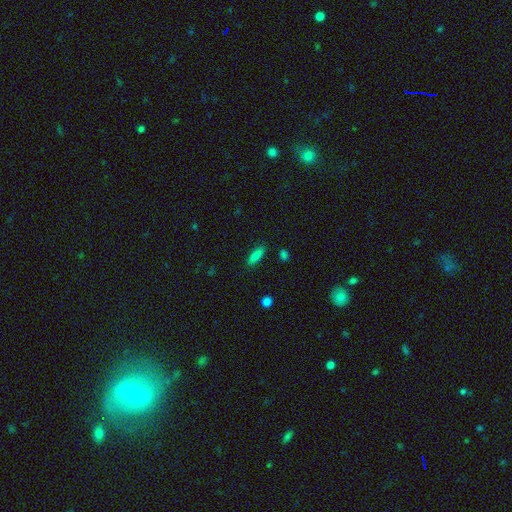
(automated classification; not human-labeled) A smooth galaxy with no disk features (84%) that is cigar-shaped (54%). Merging: none (86%).